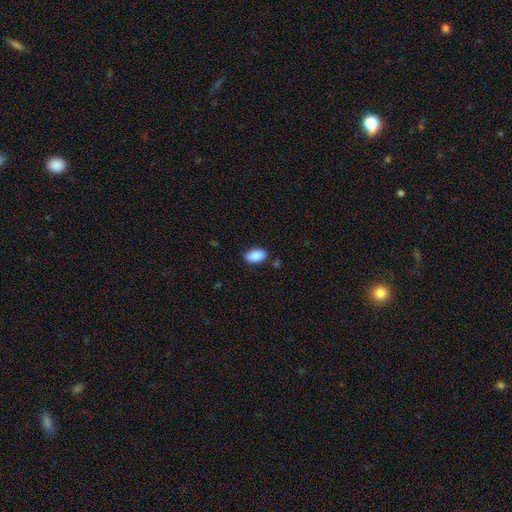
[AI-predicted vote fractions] smooth-or-featured: smooth: 90% | star or artifact: 7% | featured or disk: 4%
  how-rounded: in between: 94% | round: 4% | cigar-shaped: 1%
  merging: none: 84% | minor disturbance: 11% | major disturbance: 2% | merger: 2%